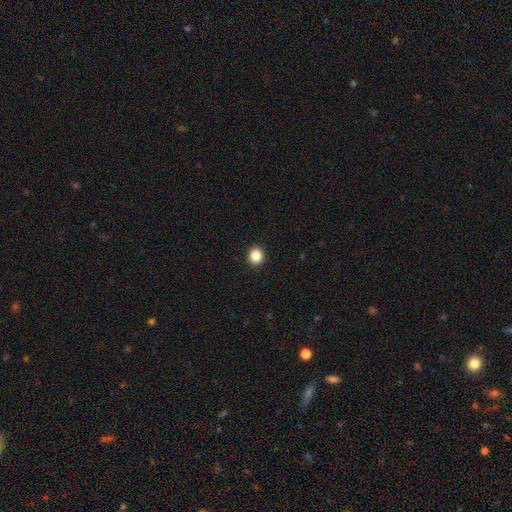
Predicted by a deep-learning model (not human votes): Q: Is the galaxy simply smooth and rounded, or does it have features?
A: smooth — 87%.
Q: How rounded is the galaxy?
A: round — 82%.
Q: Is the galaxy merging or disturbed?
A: none — 93%.